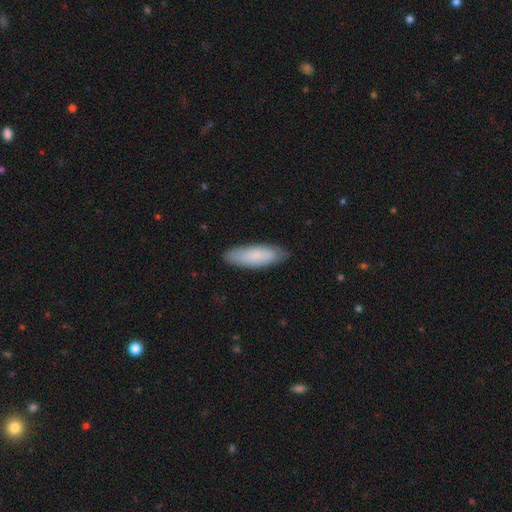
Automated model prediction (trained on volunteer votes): Morphology: type=smooth (81%); roundness=in between (53%); merging=none (85%).